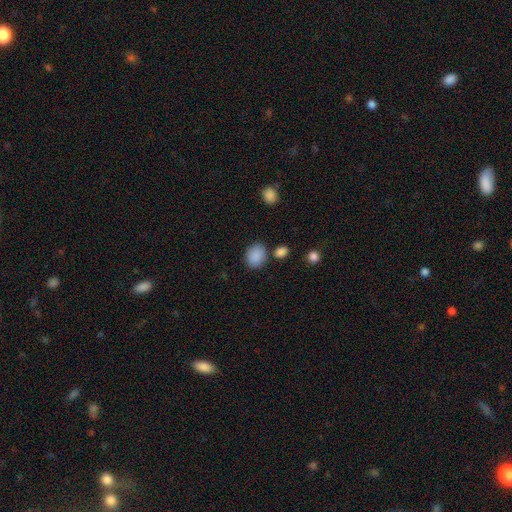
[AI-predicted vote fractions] smooth 88%, star or artifact 8%, featured or disk 4%. Down the decision tree: how rounded — round (50%); merging — none (77%).